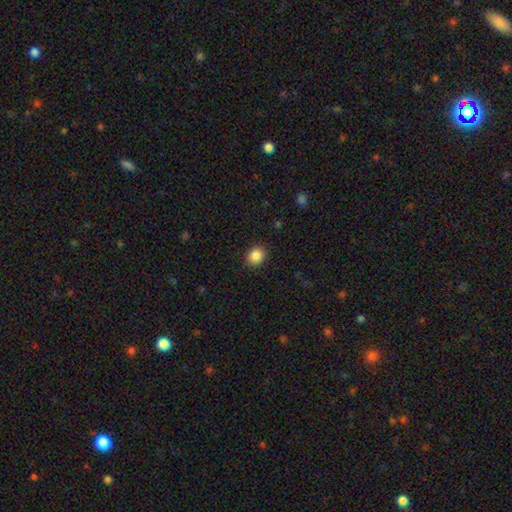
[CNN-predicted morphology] Smooth or featured?
  - smooth: 87% *
  - star or artifact: 9%
  - featured or disk: 4%
How rounded?
  - round: 65% *
  - in between: 34%
  - cigar-shaped: 1%
Merging?
  - none: 90% *
  - minor disturbance: 7%
  - major disturbance: 2%
  - merger: 1%